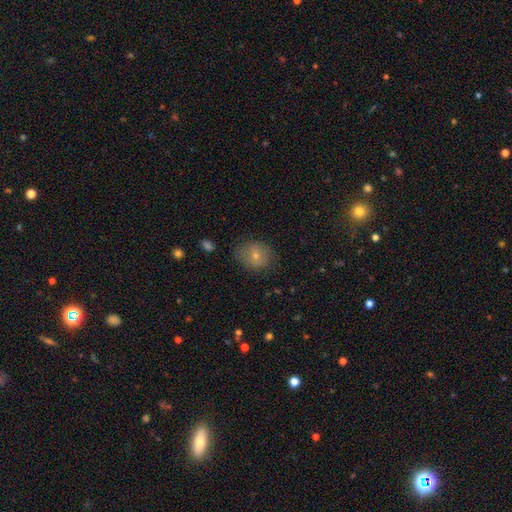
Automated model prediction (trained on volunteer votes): A smooth galaxy with no disk features (69%) that is round (62%).

Vote fractions:
- Smooth or featured? smooth: 69% / featured or disk: 22% / star or artifact: 9%
- How rounded? round: 62% / in between: 37% / cigar-shaped: 1%
- Merging? none: 73% / minor disturbance: 19% / major disturbance: 7% / merger: 1%